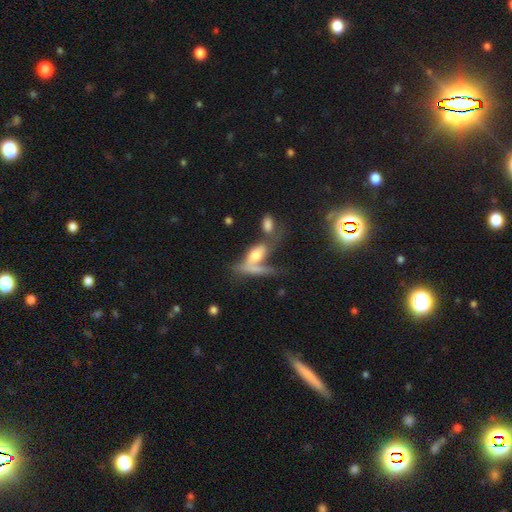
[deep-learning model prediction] Smooth or featured? smooth (49%)
Merging? merger (53%)